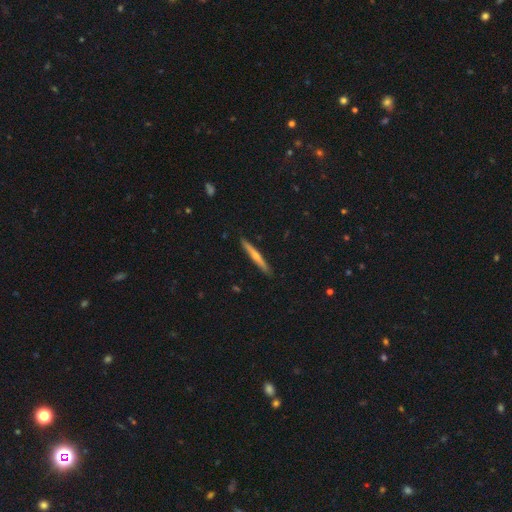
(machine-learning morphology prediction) Smooth or featured: featured or disk — 51% (smooth — 44%)
Edge-on disk: yes — 97% (no — 3%)
Merging: none — 90% (minor disturbance — 8%)